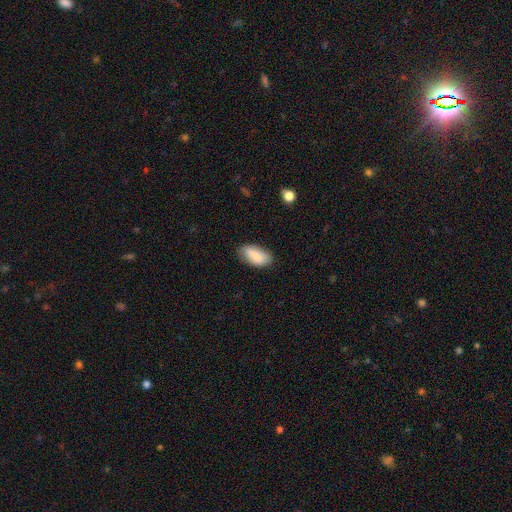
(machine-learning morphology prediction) Q: Smooth or featured?
A: smooth (84%); runner-up: featured or disk (9%)
Q: How rounded?
A: in between (94%); runner-up: cigar-shaped (3%)
Q: Merging?
A: none (77%); runner-up: minor disturbance (18%)